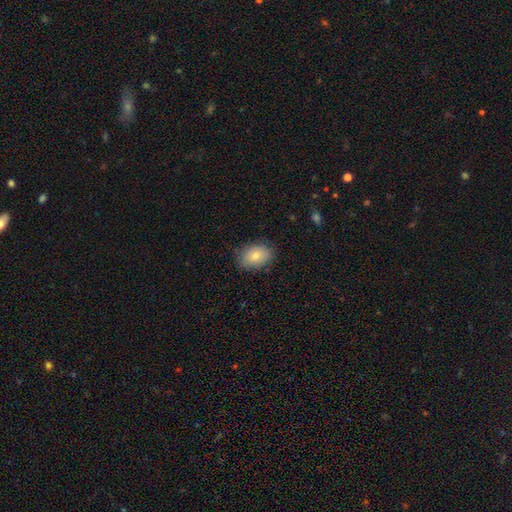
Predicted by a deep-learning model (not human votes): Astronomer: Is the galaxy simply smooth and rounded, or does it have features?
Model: smooth — 80%.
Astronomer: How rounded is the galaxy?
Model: in between — 79%.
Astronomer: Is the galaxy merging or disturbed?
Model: none — 83%.